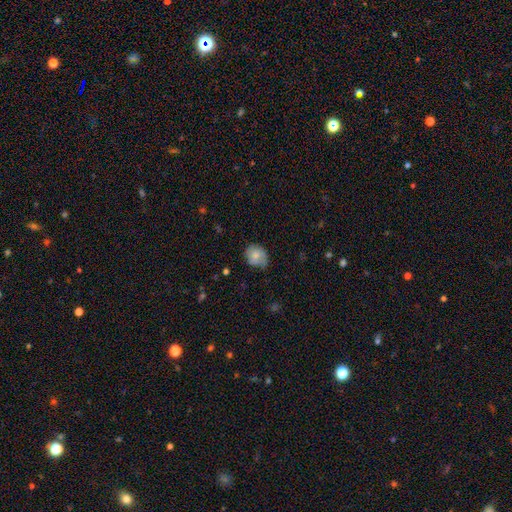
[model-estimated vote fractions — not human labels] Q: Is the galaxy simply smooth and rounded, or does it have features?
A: smooth — 69%.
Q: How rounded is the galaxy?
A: round — 57%.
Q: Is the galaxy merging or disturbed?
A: none — 55%.